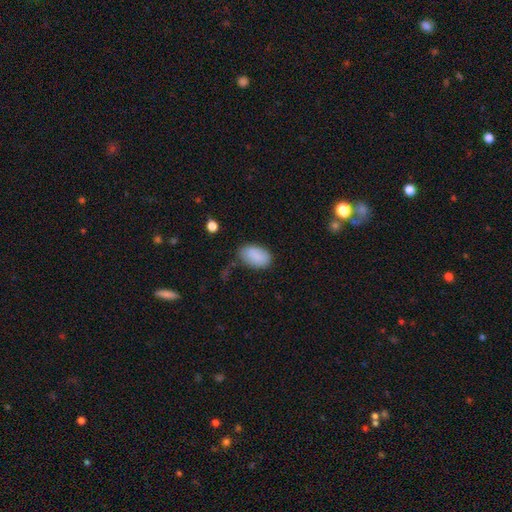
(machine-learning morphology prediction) The model was most divided on "merging": none: 78%, minor disturbance: 16%, major disturbance: 4%, merger: 2%. More confident: how rounded — in between (93%); smooth or featured — smooth (88%).